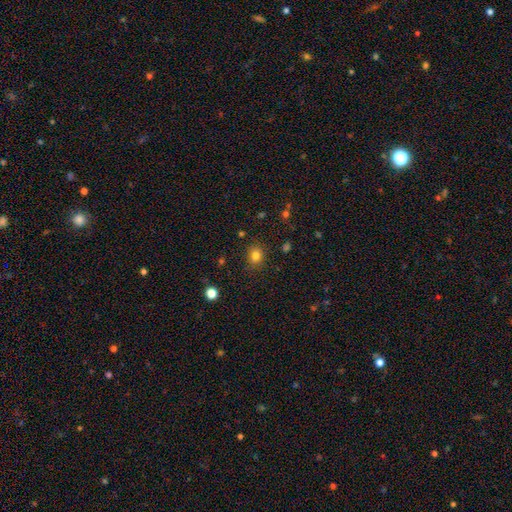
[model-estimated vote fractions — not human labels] Overall: smooth (81%). How rounded: round (64%; in between 35%). Merging: none (85%).